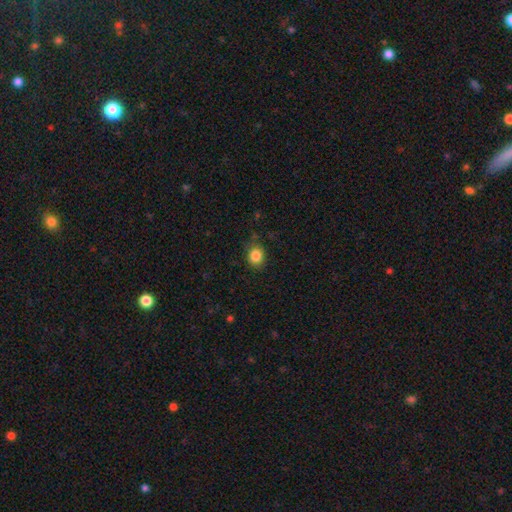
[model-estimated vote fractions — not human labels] Smooth or featured? Predicted: smooth (p=0.85). How rounded? Predicted: round (p=0.72). Merging? Predicted: none (p=0.81).